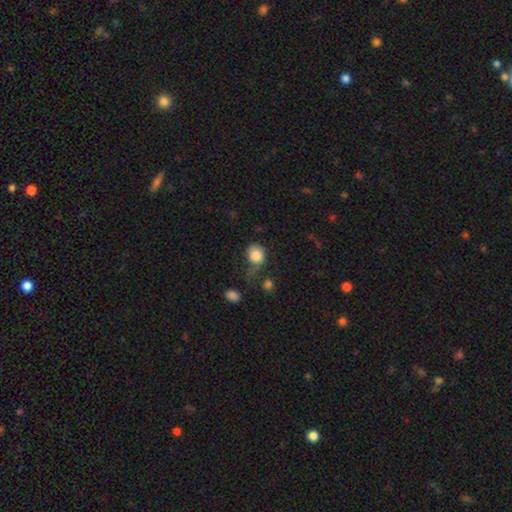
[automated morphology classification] Smooth or featured? Predicted: smooth (p=0.83). How rounded? Predicted: round (p=0.68). Merging? Predicted: none (p=0.37).